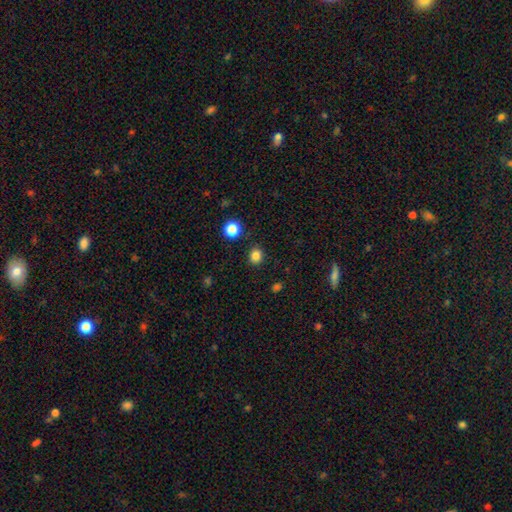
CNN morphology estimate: A smooth galaxy with no disk features (83%) that is round (74%). Merging: none (88%).